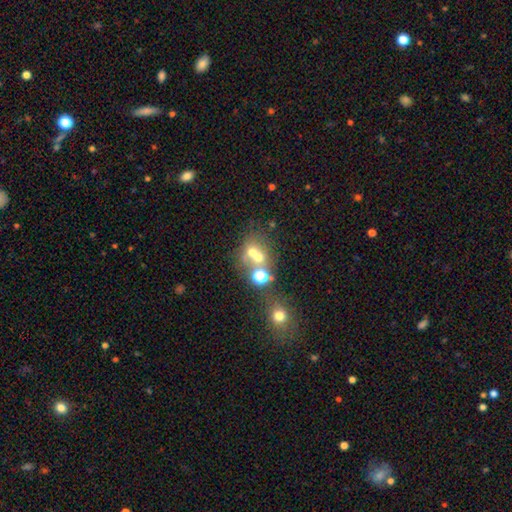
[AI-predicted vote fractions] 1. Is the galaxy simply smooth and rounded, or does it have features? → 53% smooth, 24% featured or disk, 23% star or artifact.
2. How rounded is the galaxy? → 72% round, 27% in between, 1% cigar-shaped.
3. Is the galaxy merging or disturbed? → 46% merger, 40% none, 8% minor disturbance, 6% major disturbance.